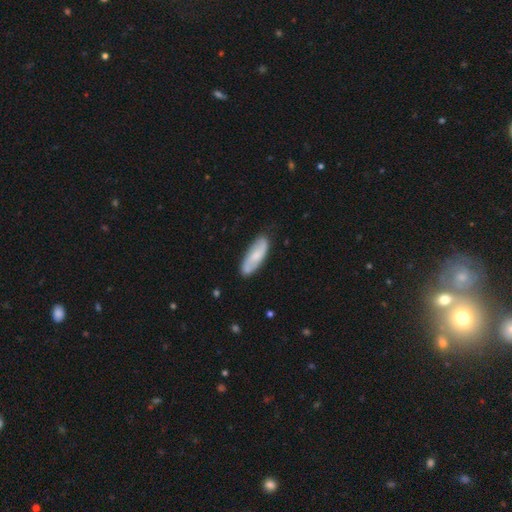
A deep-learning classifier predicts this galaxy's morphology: Smooth or featured? Predicted: smooth (p=0.55). How rounded? Predicted: in between (p=0.58). Merging? Predicted: none (p=0.81).